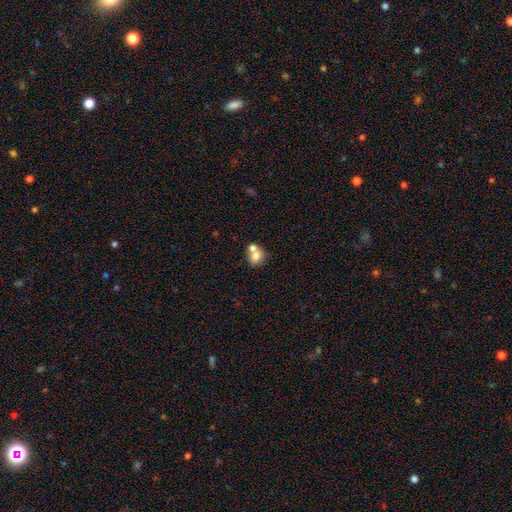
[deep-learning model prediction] A smooth galaxy with no disk features (74%) that is round (63%). Merging: merger (47%).